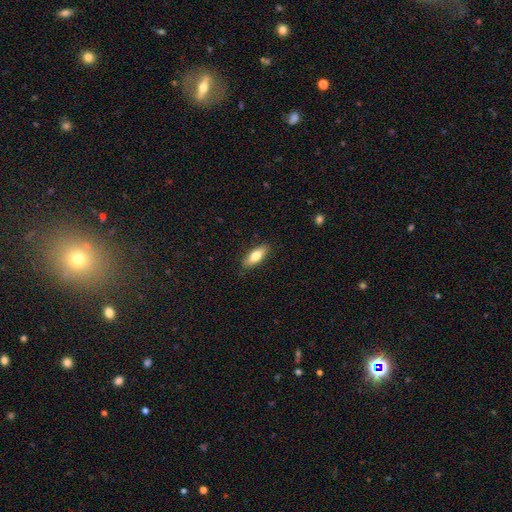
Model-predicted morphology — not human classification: Smooth or featured? smooth (75%)
How rounded? in between (67%)
Merging? none (86%)